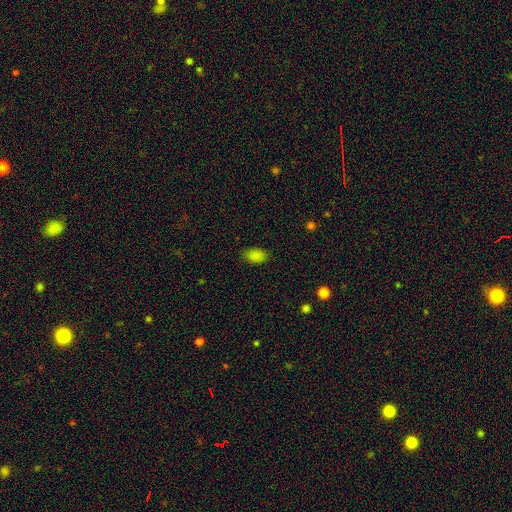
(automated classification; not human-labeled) smooth-or-featured: smooth: 84% | star or artifact: 12% | featured or disk: 3%
  how-rounded: in between: 90% | round: 9% | cigar-shaped: 2%
  merging: none: 83% | minor disturbance: 13% | major disturbance: 3% | merger: 1%